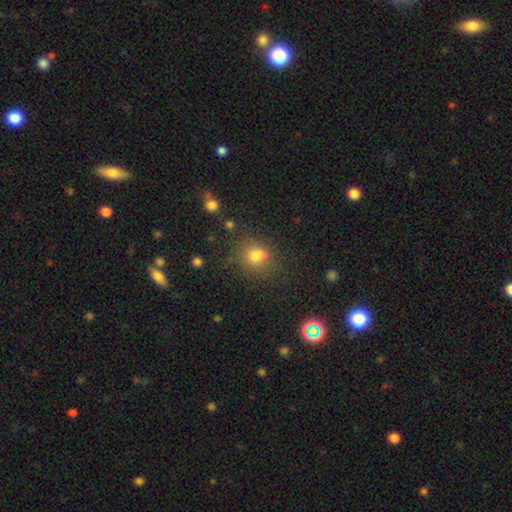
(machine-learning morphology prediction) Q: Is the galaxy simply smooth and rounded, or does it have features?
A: smooth — 71%.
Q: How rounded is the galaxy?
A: round — 70%.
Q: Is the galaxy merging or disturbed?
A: none — 61%.